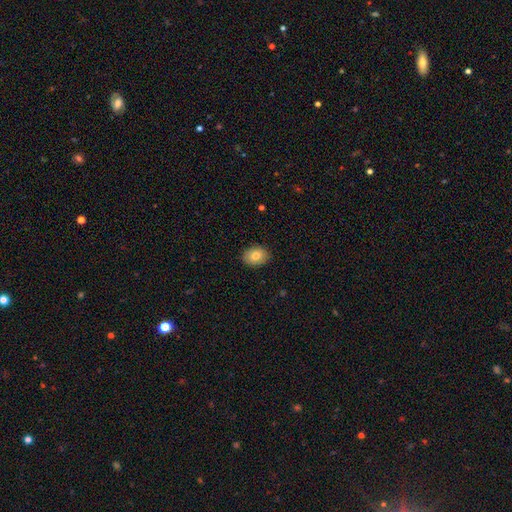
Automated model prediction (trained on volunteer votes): Smooth or featured? smooth (80%)
How rounded? in between (63%)
Merging? none (90%)